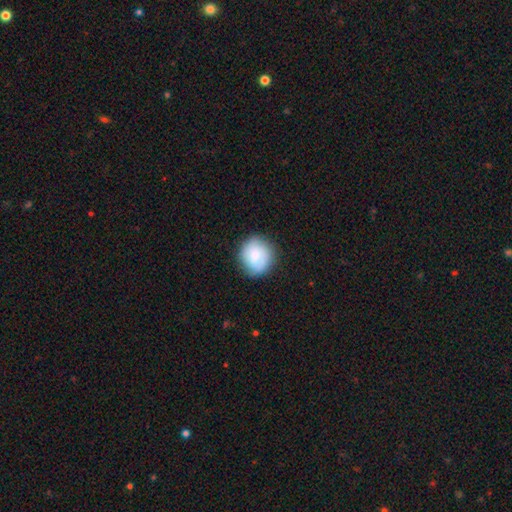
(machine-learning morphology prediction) type=smooth (80%); roundness=round (87%); merging=none (81%).